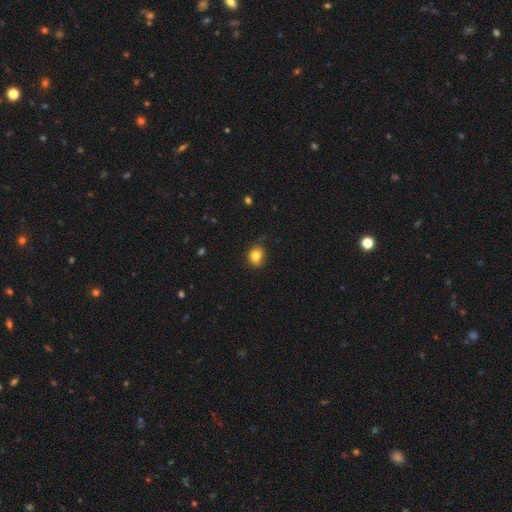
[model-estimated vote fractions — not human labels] Smooth or featured?
  - smooth: 82% *
  - star or artifact: 11%
  - featured or disk: 7%
How rounded?
  - round: 72% *
  - in between: 27%
  - cigar-shaped: 1%
Merging?
  - none: 69% *
  - minor disturbance: 24%
  - major disturbance: 6%
  - merger: 1%